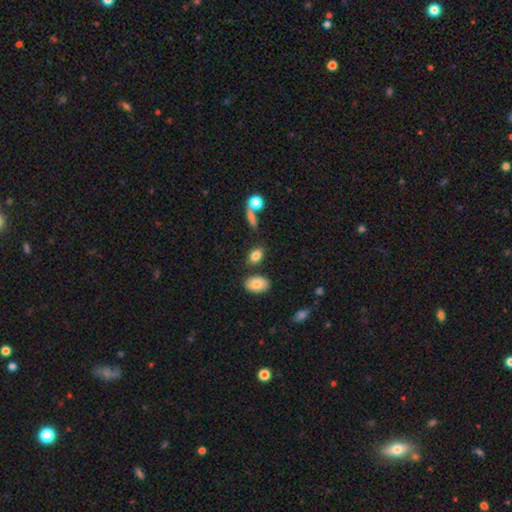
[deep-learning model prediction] smooth 83%, star or artifact 9%, featured or disk 8%. Down the decision tree: how rounded — in between (87%); merging — none (73%).